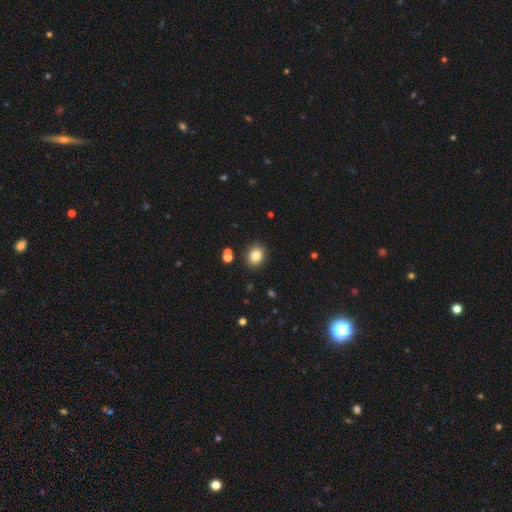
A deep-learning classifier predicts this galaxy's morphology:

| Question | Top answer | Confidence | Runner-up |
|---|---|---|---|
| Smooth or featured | smooth | 83% | star or artifact (11%) |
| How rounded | round | 58% | in between (41%) |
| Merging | none | 87% | minor disturbance (8%) |